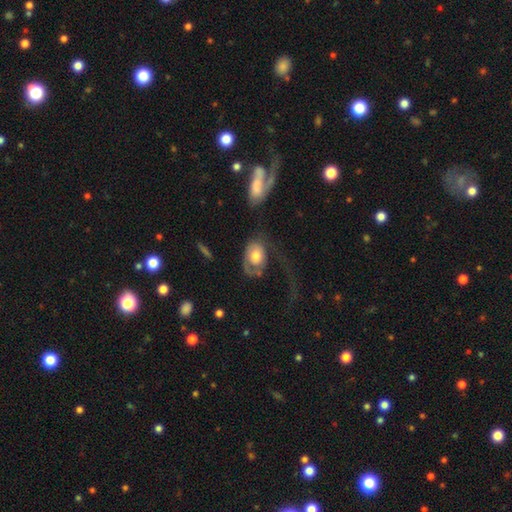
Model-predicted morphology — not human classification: smooth 47% (tied), featured or disk 47% (tied), star or artifact 6%. Down the decision tree: merging — major disturbance (55%).